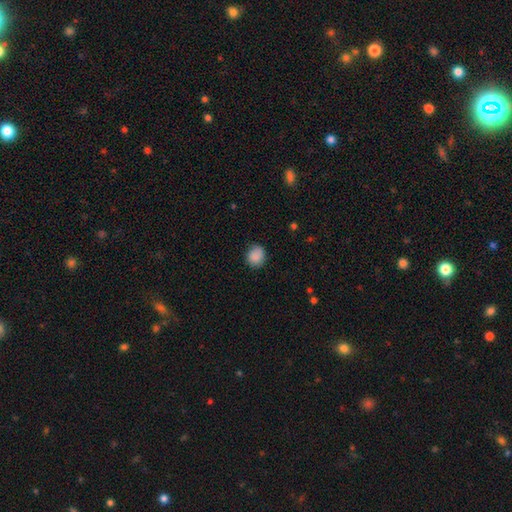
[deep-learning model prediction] The model was most divided on "how rounded": round: 71%, in between: 28%, cigar-shaped: 1%. More confident: smooth or featured — smooth (87%); merging — none (78%).